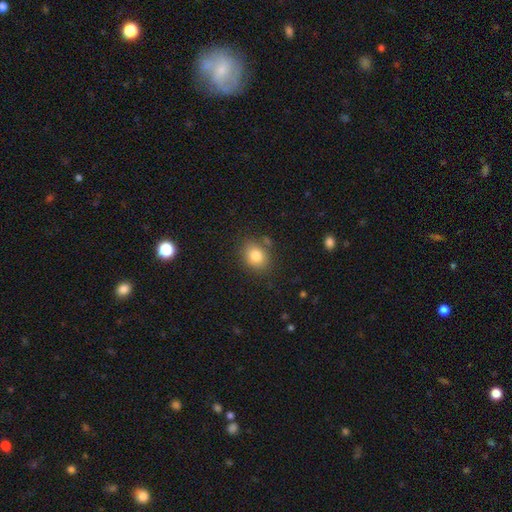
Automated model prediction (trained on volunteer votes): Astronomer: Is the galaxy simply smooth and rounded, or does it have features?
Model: smooth — 82%.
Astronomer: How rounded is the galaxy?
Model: in between — 53% (runner-up: round, 46%).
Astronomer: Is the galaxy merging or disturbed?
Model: none — 78%.